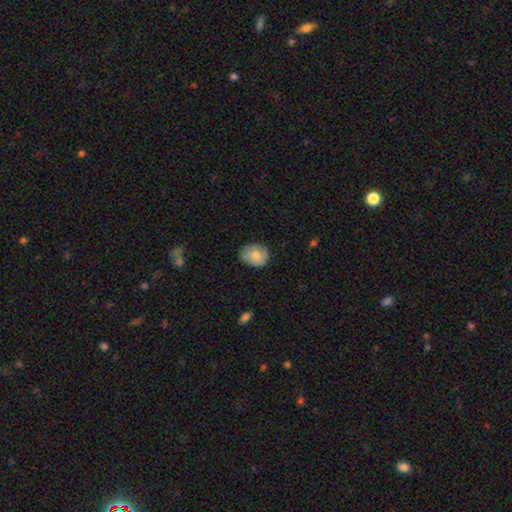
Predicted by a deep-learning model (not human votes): Q: Smooth or featured?
A: smooth (78%); runner-up: featured or disk (15%)
Q: How rounded?
A: round (52%); runner-up: in between (47%)
Q: Merging?
A: none (71%); runner-up: minor disturbance (23%)